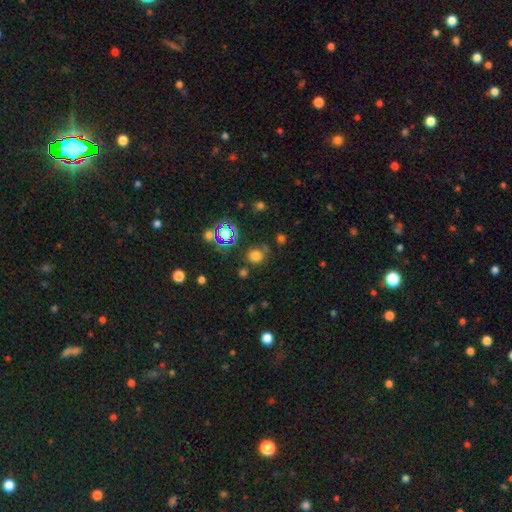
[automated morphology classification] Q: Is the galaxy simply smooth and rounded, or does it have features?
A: smooth — 69%.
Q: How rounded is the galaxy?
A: round — 84%.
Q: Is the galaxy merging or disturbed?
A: none — 75%.